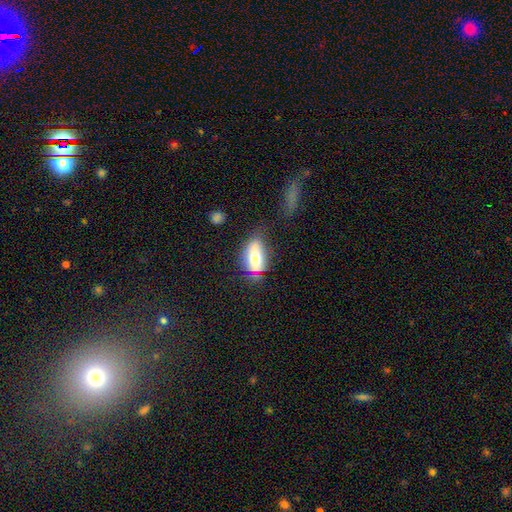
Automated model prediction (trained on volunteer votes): The model was most divided on "merging": none: 50%, minor disturbance: 29%, major disturbance: 15%, merger: 6%. More confident: how rounded — in between (88%); smooth or featured — smooth (71%).